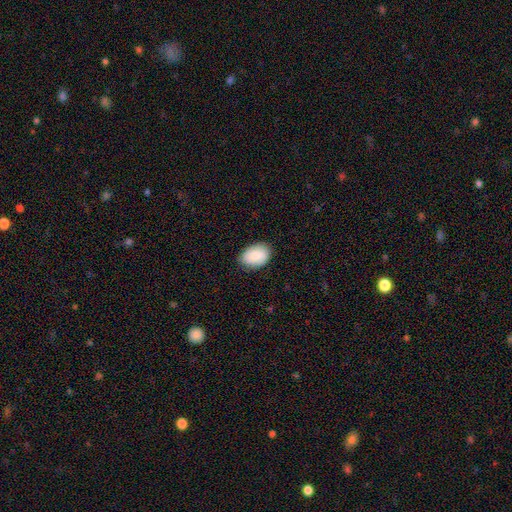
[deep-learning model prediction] Smooth or featured: smooth — 85% (featured or disk — 8%)
How rounded: in between — 85% (round — 14%)
Merging: none — 81% (minor disturbance — 15%)